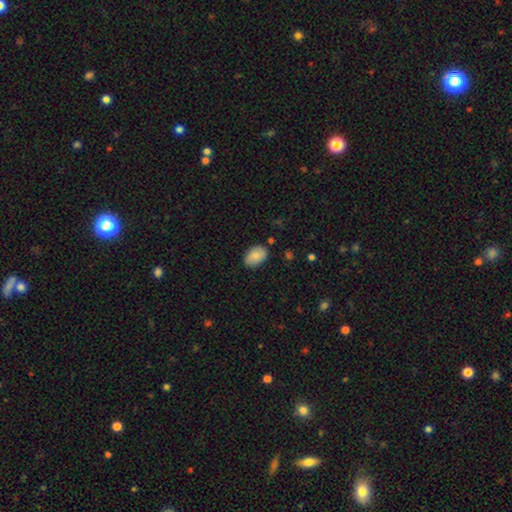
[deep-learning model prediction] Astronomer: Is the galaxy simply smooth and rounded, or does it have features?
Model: smooth — 85%.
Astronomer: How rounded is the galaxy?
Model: in between — 87%.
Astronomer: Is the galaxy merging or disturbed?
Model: none — 82%.